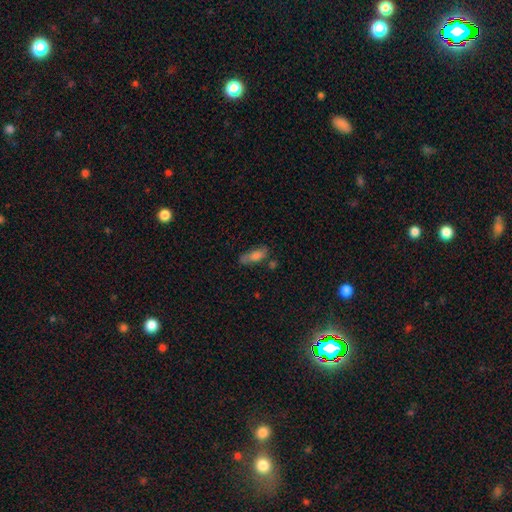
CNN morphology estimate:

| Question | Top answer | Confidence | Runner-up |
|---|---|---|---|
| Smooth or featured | smooth | 68% | featured or disk (21%) |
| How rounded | in between | 66% | cigar-shaped (31%) |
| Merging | none | 55% | minor disturbance (25%) |